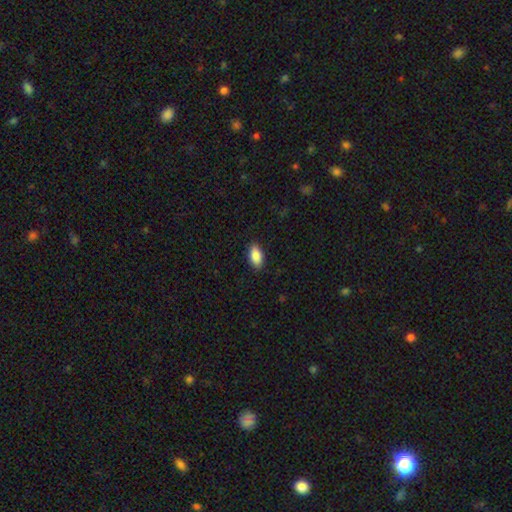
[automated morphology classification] Overall: smooth (88%). How rounded: in between (92%). Merging: none (88%).